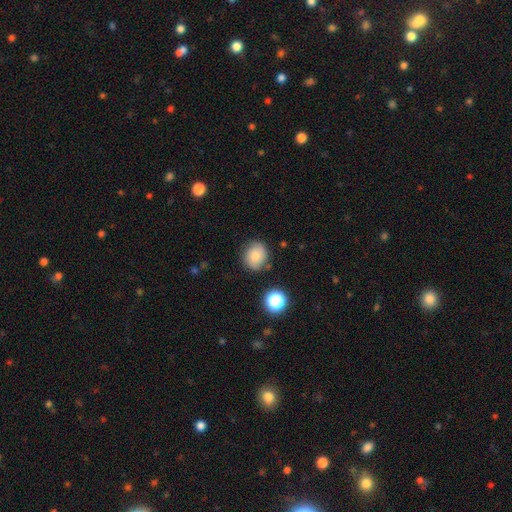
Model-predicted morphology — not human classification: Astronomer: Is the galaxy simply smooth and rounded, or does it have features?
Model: smooth — 76%.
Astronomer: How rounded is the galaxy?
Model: round — 70%.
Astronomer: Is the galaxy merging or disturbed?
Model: none — 78%.